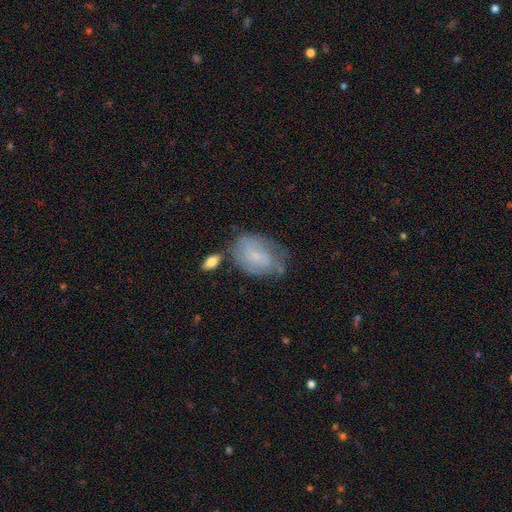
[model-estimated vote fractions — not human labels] Q: Smooth or featured?
A: smooth (51%); runner-up: featured or disk (41%)
Q: How rounded?
A: in between (82%); runner-up: round (16%)
Q: Merging?
A: none (42%); runner-up: minor disturbance (33%)